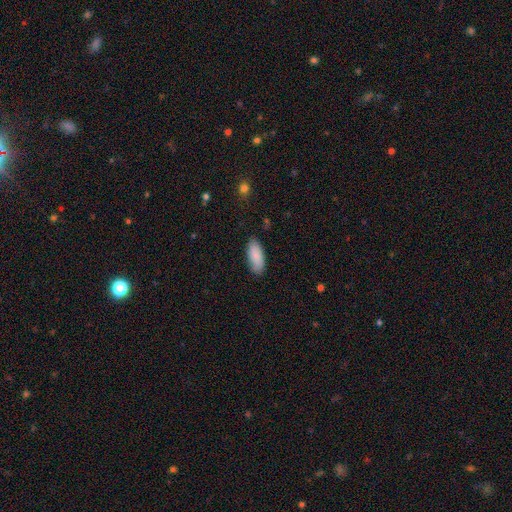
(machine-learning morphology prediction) This appears to be a smooth galaxy with no disk features (87%) that is in between round and cigar-shaped (83%). Merging: none (83%).